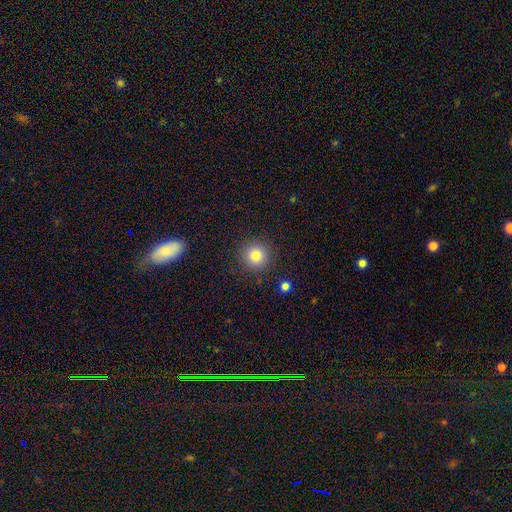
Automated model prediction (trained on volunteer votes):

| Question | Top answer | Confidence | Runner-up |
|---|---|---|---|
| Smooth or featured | smooth | 80% | star or artifact (12%) |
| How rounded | round | 95% | in between (4%) |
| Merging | none | 89% | minor disturbance (6%) |